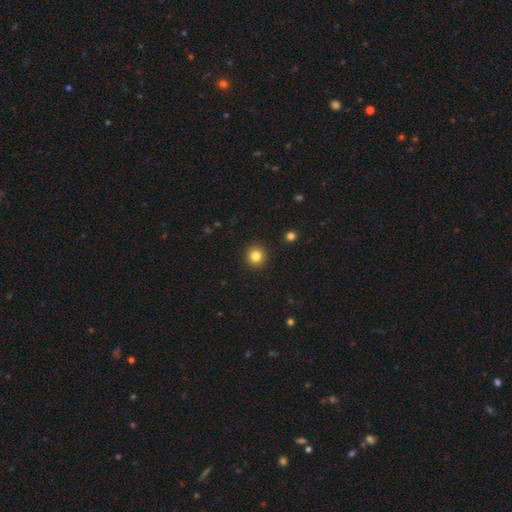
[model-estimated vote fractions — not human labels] A smooth galaxy with no disk features (83%) that is round (93%). Merging: none (93%).